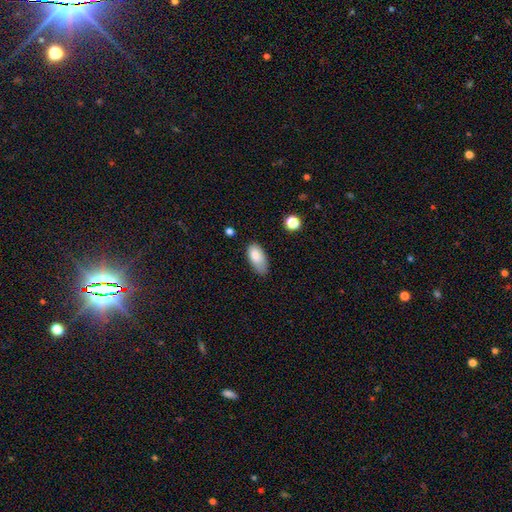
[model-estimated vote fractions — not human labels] The model was most divided on "merging": none: 56%, minor disturbance: 34%, major disturbance: 8%, merger: 2%. More confident: how rounded — in between (91%); smooth or featured — smooth (83%).